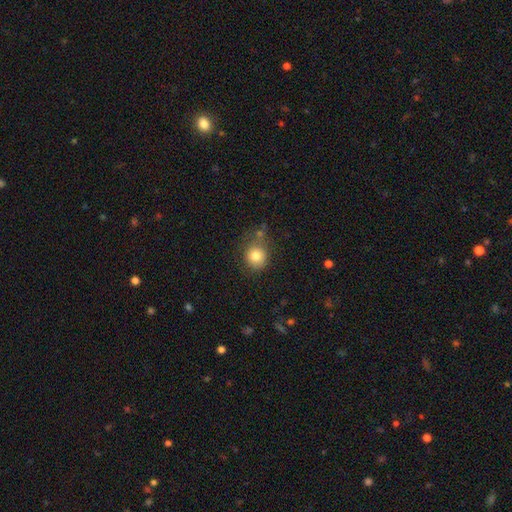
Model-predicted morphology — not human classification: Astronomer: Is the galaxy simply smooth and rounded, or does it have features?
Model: smooth — 81%.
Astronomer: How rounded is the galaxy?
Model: round — 85%.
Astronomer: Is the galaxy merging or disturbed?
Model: none — 67%.